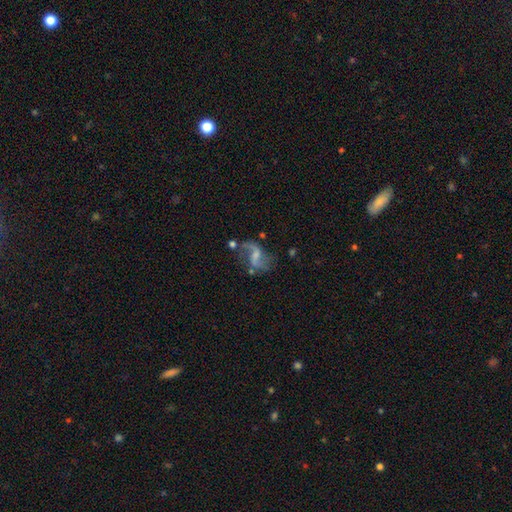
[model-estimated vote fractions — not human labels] Morphology: type=featured or disk (83%); edge-on=no (98%); bar=weak (52%); spiral arms=yes (93%); winding=loose (77%); arm count=2 (89%); bulge=small (38%); merging=none (54%).